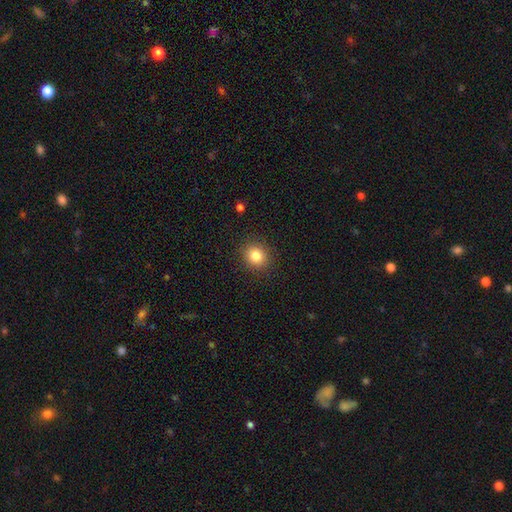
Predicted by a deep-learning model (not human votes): Smooth or featured? Predicted: smooth (p=0.83). How rounded? Predicted: round (p=0.82). Merging? Predicted: none (p=0.90).